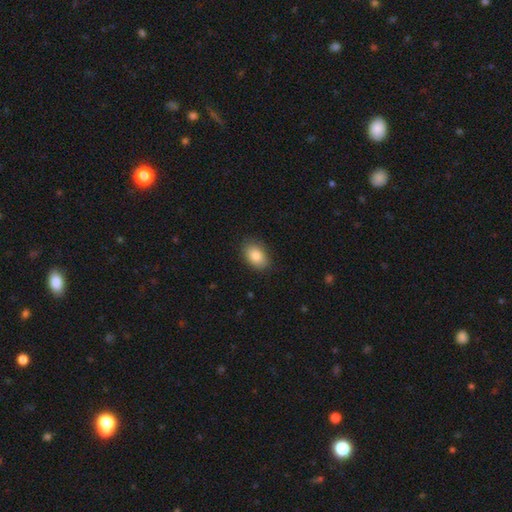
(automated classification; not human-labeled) This is clearly a smooth galaxy (85%). How rounded: clearly in between (86%). Merging: clearly none (86%).